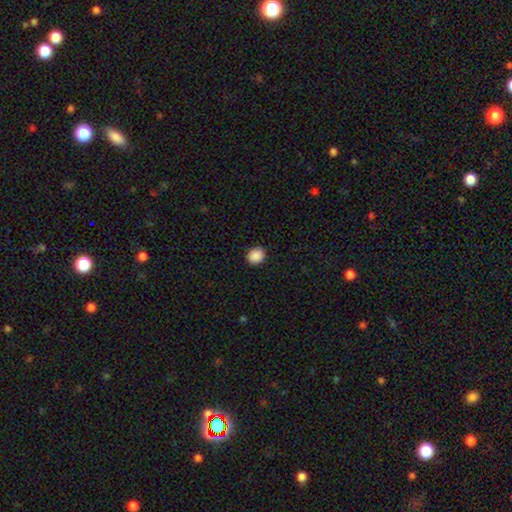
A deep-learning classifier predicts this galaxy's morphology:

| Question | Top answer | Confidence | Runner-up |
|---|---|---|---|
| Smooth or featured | smooth | 89% | star or artifact (8%) |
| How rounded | round | 65% | in between (35%) |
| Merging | none | 89% | minor disturbance (8%) |